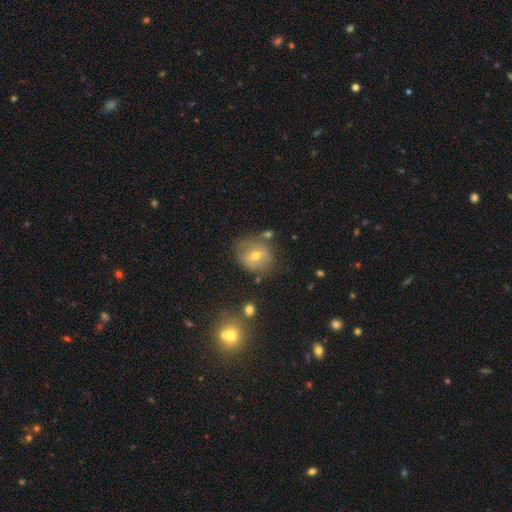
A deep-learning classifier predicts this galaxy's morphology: smooth-or-featured: smooth: 52% | featured or disk: 38% | star or artifact: 10%
  how-rounded: round: 73% | in between: 26% | cigar-shaped: 1%
  merging: none: 61% | minor disturbance: 21% | major disturbance: 9% | merger: 8%